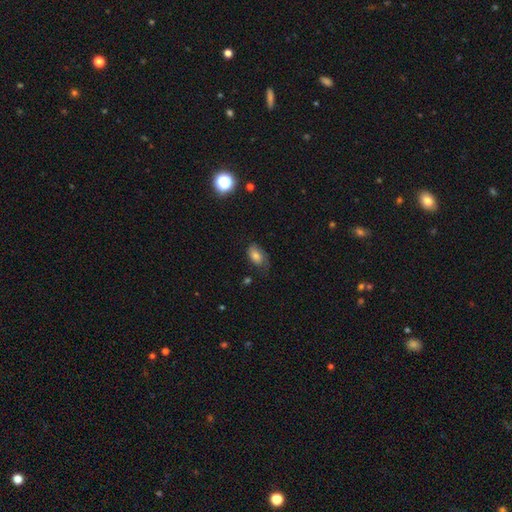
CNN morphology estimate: type=smooth (67%); roundness=in between (89%); merging=none (51%).